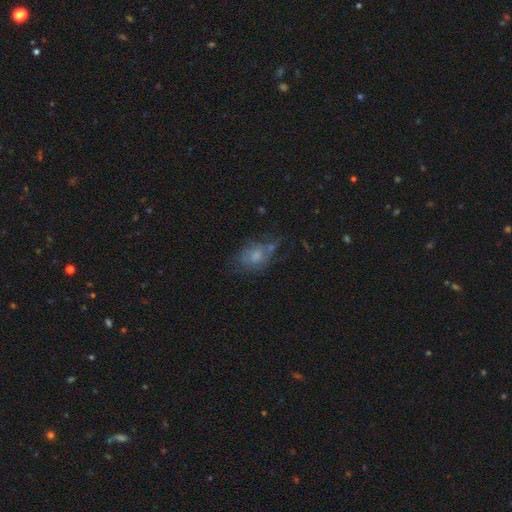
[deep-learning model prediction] smooth-or-featured: smooth: 56% | featured or disk: 30% | star or artifact: 14%
  how-rounded: in between: 76% | round: 22% | cigar-shaped: 2%
  merging: none: 41% | minor disturbance: 26% | major disturbance: 21% | merger: 12%